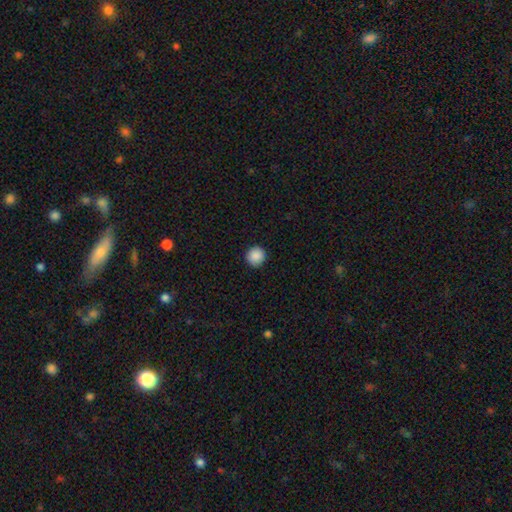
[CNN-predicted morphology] Smooth or featured? Predicted: smooth (p=0.89). How rounded? Predicted: round (p=0.95). Merging? Predicted: none (p=0.92).